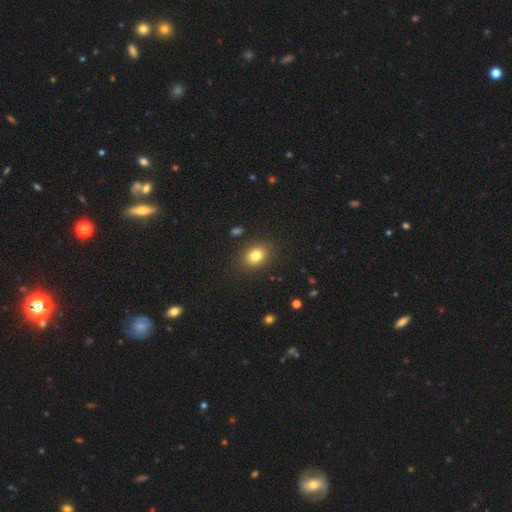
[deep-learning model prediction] Morphology: type=smooth (81%); roundness=in between (52%); merging=none (87%).